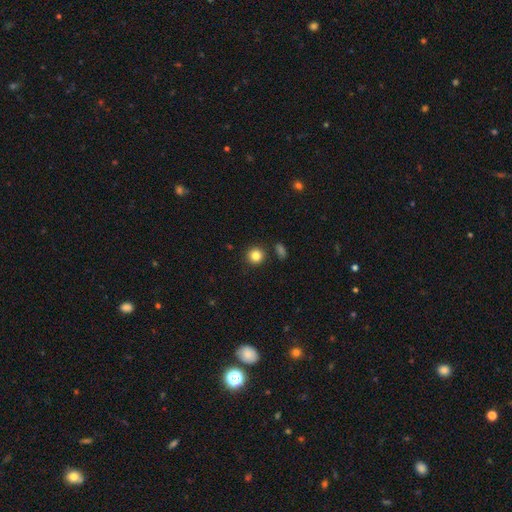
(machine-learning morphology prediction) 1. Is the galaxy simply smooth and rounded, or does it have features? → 84% smooth, 11% star or artifact, 5% featured or disk.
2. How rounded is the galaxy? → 92% round, 7% in between, 1% cigar-shaped.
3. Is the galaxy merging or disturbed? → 88% none, 7% minor disturbance, 3% merger, 2% major disturbance.